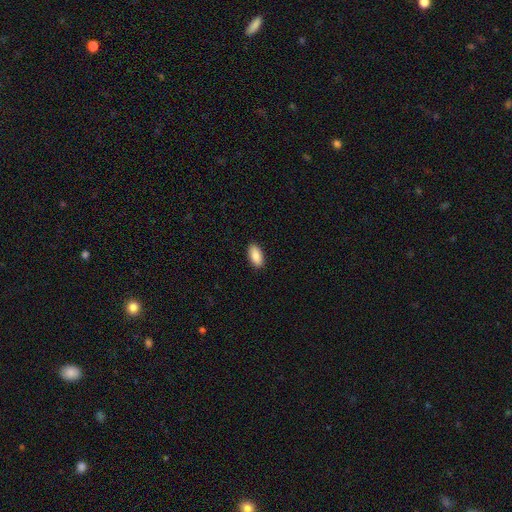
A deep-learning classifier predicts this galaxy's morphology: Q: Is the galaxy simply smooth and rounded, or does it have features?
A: smooth — 89%.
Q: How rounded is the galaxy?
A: in between — 93%.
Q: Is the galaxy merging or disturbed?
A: none — 90%.